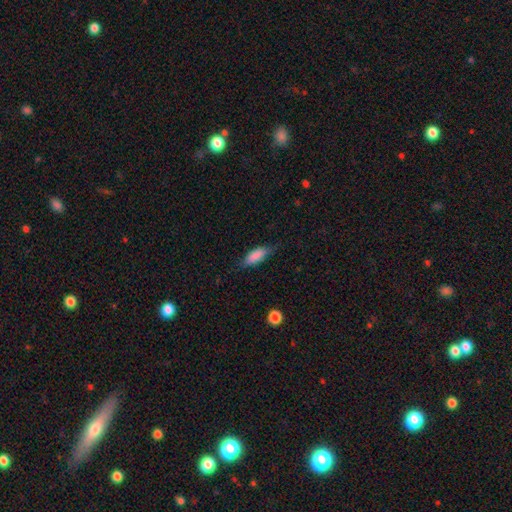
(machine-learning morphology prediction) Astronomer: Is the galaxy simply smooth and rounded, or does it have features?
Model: smooth — 81%.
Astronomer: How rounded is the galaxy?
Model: in between — 67%.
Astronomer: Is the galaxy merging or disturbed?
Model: none — 70%.